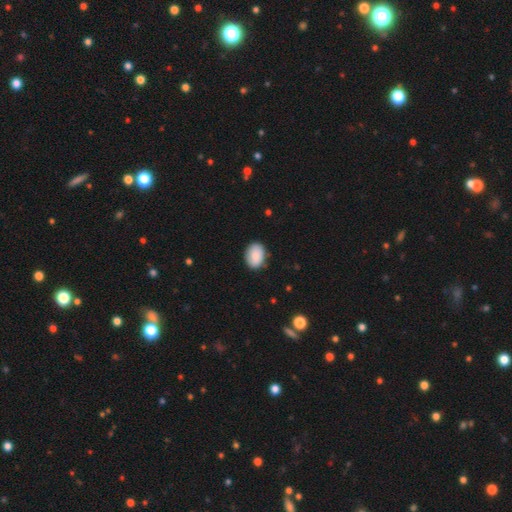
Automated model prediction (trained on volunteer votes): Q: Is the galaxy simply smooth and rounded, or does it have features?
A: smooth — 87%.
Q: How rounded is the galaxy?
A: in between — 75%.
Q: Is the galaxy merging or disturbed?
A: none — 83%.